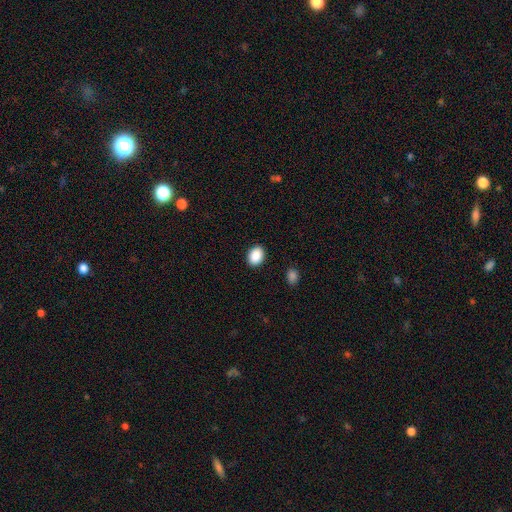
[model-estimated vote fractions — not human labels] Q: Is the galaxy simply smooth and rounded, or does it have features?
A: smooth — 90%.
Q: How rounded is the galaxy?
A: in between — 71%.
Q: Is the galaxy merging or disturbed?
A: none — 90%.